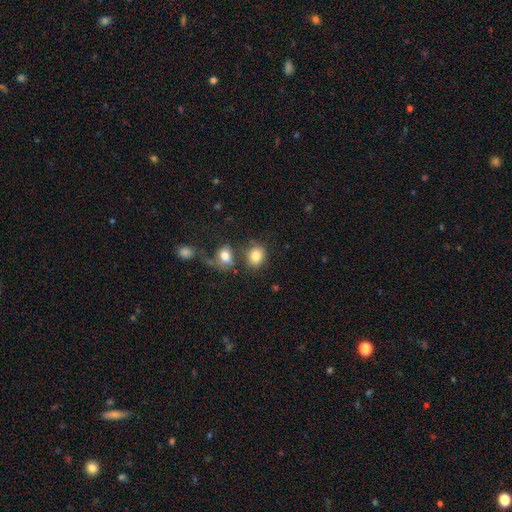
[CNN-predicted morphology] Smooth or featured?
  - smooth: 82% *
  - star or artifact: 10%
  - featured or disk: 8%
How rounded?
  - round: 58% *
  - in between: 41%
  - cigar-shaped: 1%
Merging?
  - none: 65% *
  - merger: 19%
  - minor disturbance: 12%
  - major disturbance: 5%